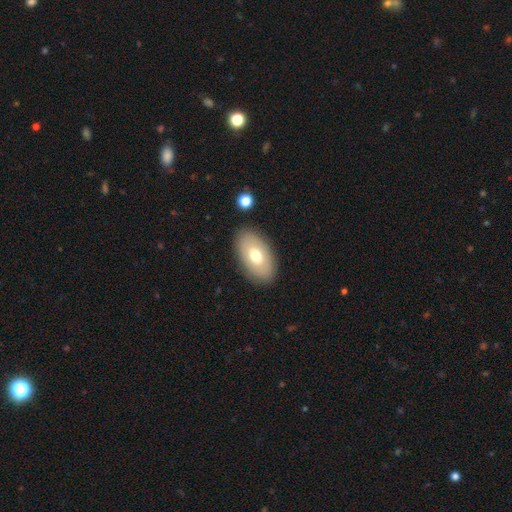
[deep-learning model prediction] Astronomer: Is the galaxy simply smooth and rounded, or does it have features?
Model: smooth — 65%.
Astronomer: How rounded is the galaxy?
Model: in between — 93%.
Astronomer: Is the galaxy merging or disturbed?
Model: none — 86%.